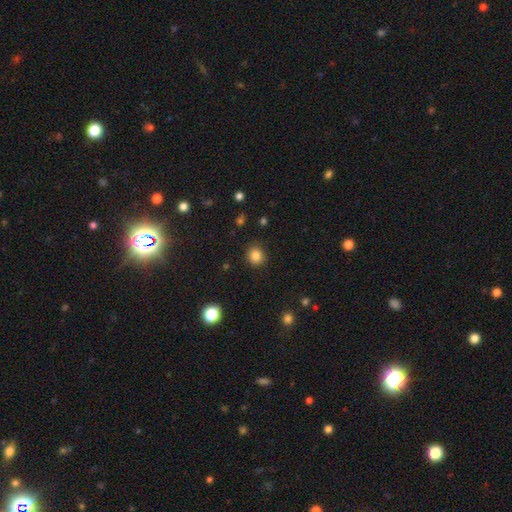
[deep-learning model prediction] smooth_or_featured: smooth (p=0.83) [alt: star or artifact p=0.12]
how_rounded: round (p=0.83) [alt: in between p=0.16]
merging: none (p=0.88) [alt: minor disturbance p=0.08]